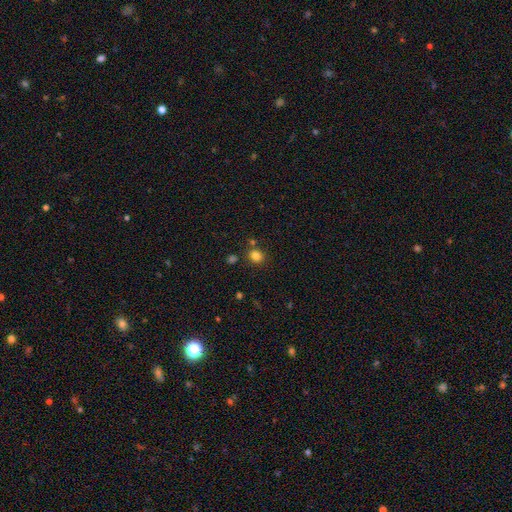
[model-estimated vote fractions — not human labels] This appears to be a smooth galaxy with no disk features (81%) that is round (80%). Merging: none (80%).